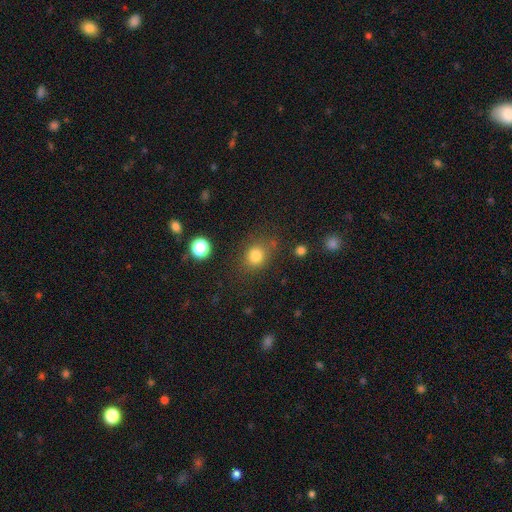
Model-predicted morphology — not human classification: Smooth or featured?
  - smooth: 81% *
  - star or artifact: 13%
  - featured or disk: 6%
How rounded?
  - round: 70% *
  - in between: 29%
  - cigar-shaped: 1%
Merging?
  - none: 75% *
  - minor disturbance: 14%
  - major disturbance: 6%
  - merger: 5%